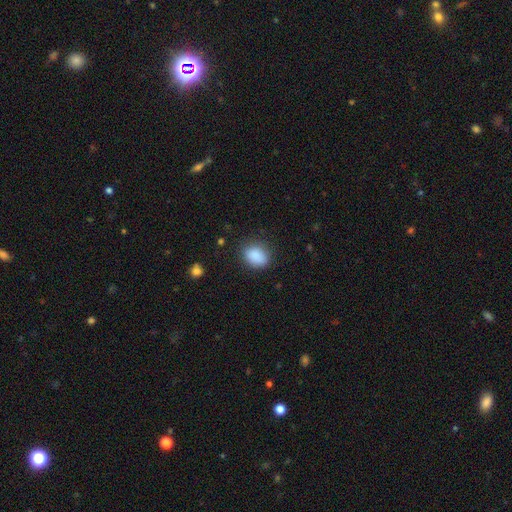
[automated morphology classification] Smooth or featured? smooth (88%)
How rounded? in between (66%)
Merging? none (80%)